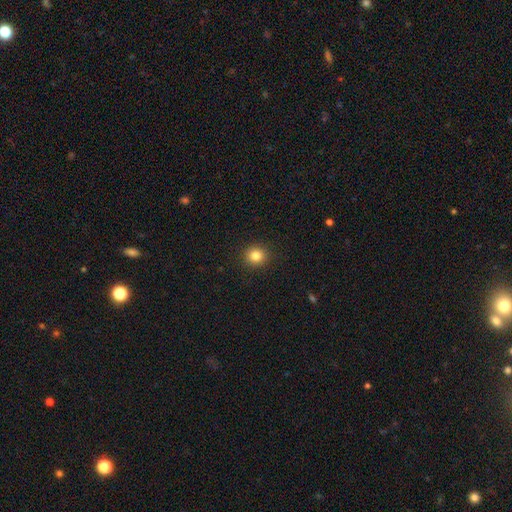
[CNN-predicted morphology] Smooth or featured? smooth (83%)
How rounded? round (86%)
Merging? none (92%)